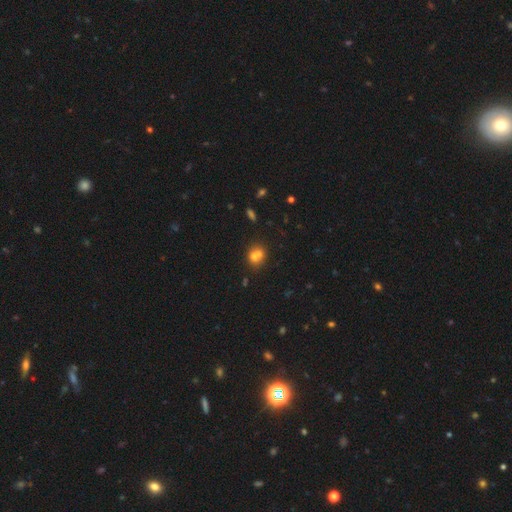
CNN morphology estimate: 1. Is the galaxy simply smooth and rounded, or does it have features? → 68% smooth, 19% featured or disk, 13% star or artifact.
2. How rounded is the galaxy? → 69% round, 30% in between, 1% cigar-shaped.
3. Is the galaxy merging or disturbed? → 56% merger, 33% none, 8% minor disturbance, 3% major disturbance.